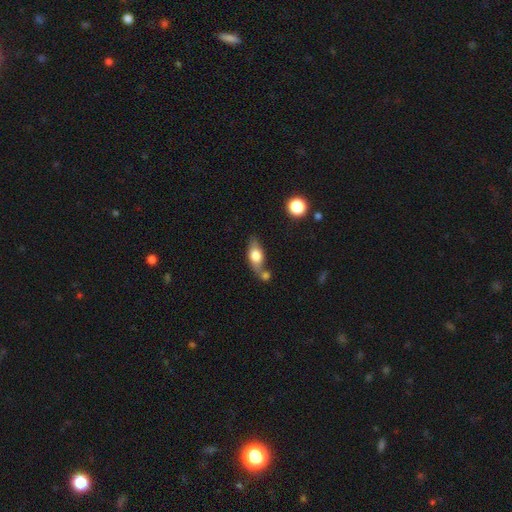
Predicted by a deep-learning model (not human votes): This appears to be a smooth galaxy with no disk features (66%) that is in between round and cigar-shaped (75%). Merging: none (48%).